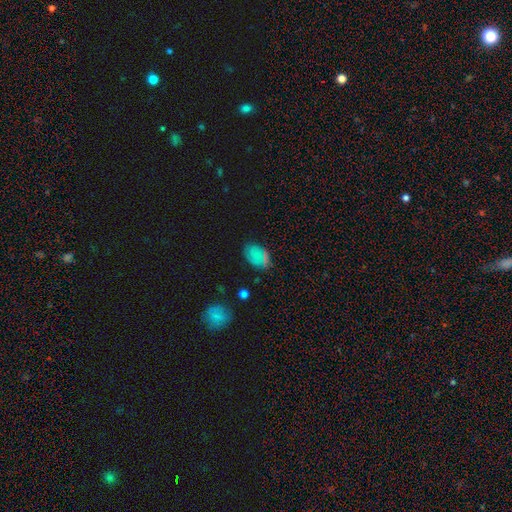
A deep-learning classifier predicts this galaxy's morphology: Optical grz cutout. It shows a smooth galaxy with no disk features (67%) that is in between round and cigar-shaped (85%). Merging: none (76%).